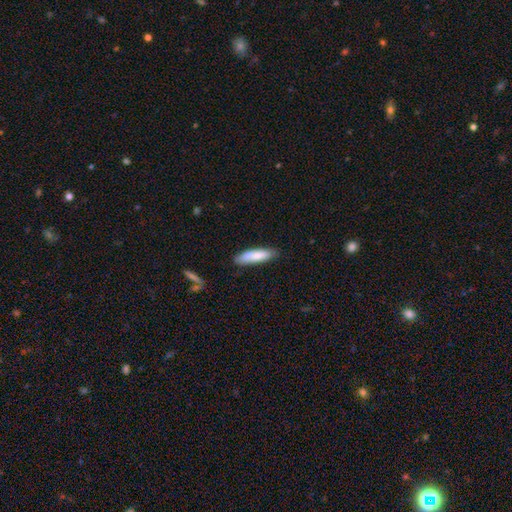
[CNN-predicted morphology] Smooth or featured? smooth (82%)
How rounded? cigar-shaped (65%)
Merging? none (81%)